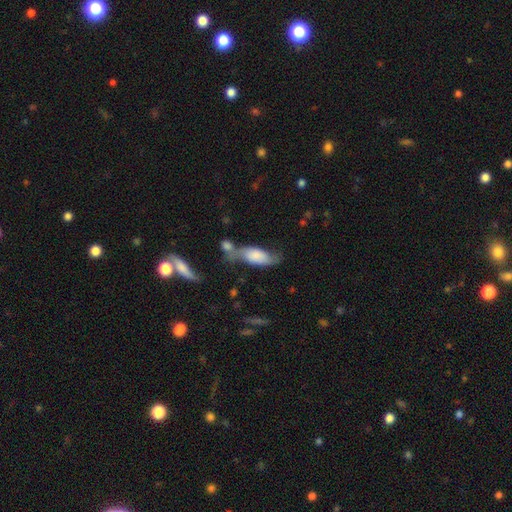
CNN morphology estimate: smooth 69%, featured or disk 24%, star or artifact 7%. Down the decision tree: how rounded — in between (80%); merging — merger (34%).